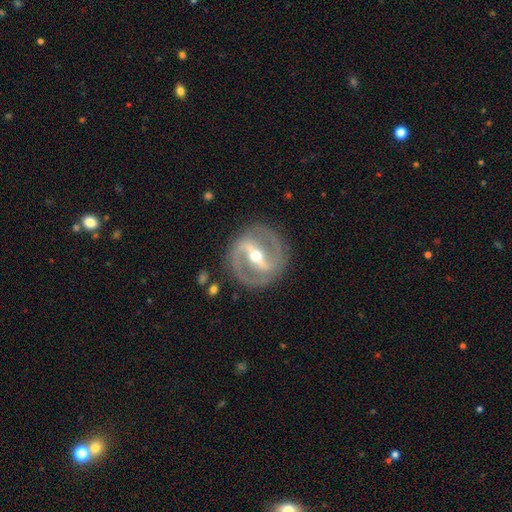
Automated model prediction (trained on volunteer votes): smooth_or_featured: featured or disk (p=0.89) [alt: smooth p=0.07]
disk_edge_on: no (p=0.95) [alt: yes p=0.05]
bar: strong (p=0.73) [alt: weak p=0.20]
has_spiral_arms: yes (p=0.92) [alt: no p=0.08]
spiral_winding: medium (p=0.46) [alt: tight p=0.42]
spiral_arm_count: 2 (p=0.91) [alt: can't tell p=0.04]
bulge_size: moderate (p=0.62) [alt: small p=0.34]
merging: none (p=0.86) [alt: minor disturbance p=0.09]